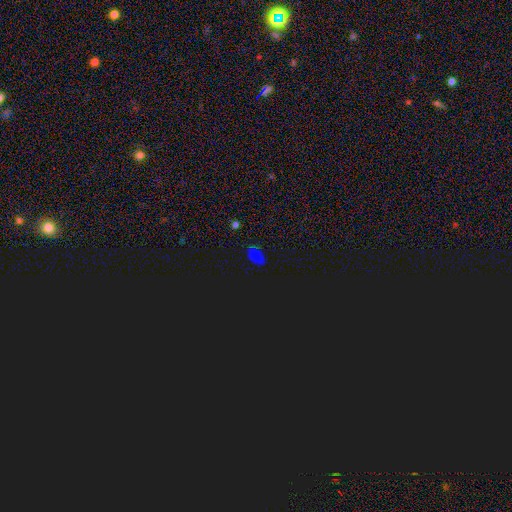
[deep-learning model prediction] smooth-or-featured: smooth: 55% | star or artifact: 39% | featured or disk: 7%
  how-rounded: in between: 87% | round: 10% | cigar-shaped: 3%
  merging: none: 76% | minor disturbance: 17% | major disturbance: 5% | merger: 2%